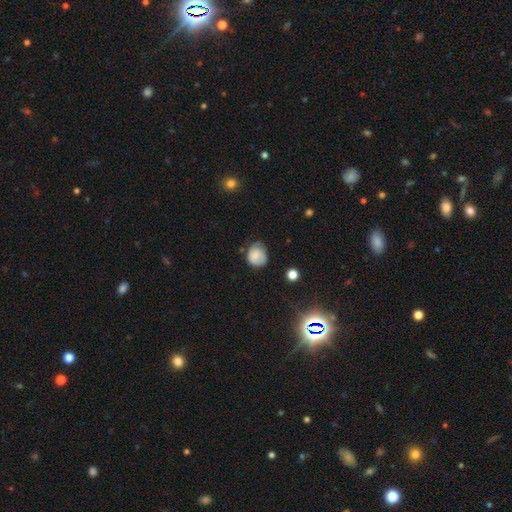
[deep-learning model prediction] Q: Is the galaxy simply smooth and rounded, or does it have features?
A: smooth — 75%.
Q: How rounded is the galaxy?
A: round — 72%.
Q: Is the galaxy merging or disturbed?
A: none — 49%.